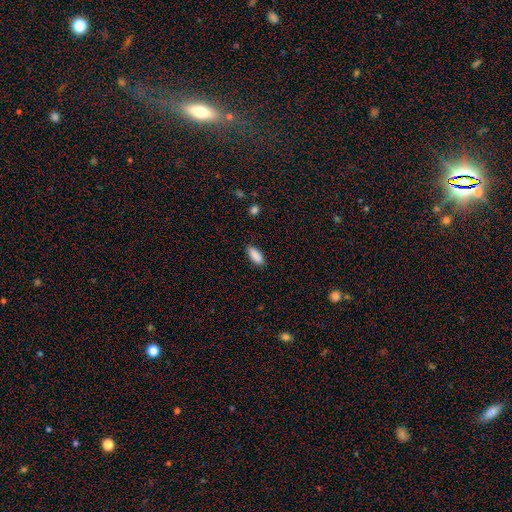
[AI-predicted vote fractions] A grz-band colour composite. It shows a smooth galaxy with no disk features (89%) that is in between round and cigar-shaped (85%). Merging: none (85%).